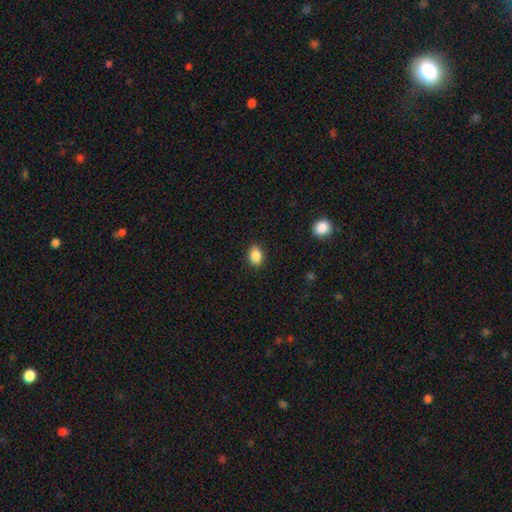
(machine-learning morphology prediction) This appears to be a smooth galaxy with no disk features (88%) that is in between round and cigar-shaped (76%). Merging: none (88%).